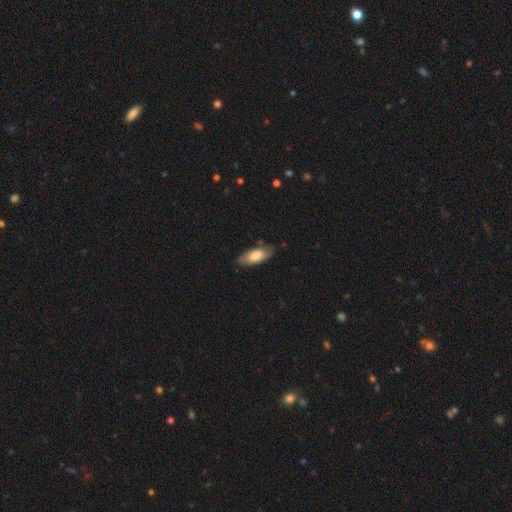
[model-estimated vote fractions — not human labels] smooth-or-featured: smooth: 73% | featured or disk: 21% | star or artifact: 6%
  how-rounded: in between: 81% | cigar-shaped: 17% | round: 2%
  merging: none: 77% | minor disturbance: 18% | major disturbance: 3% | merger: 2%